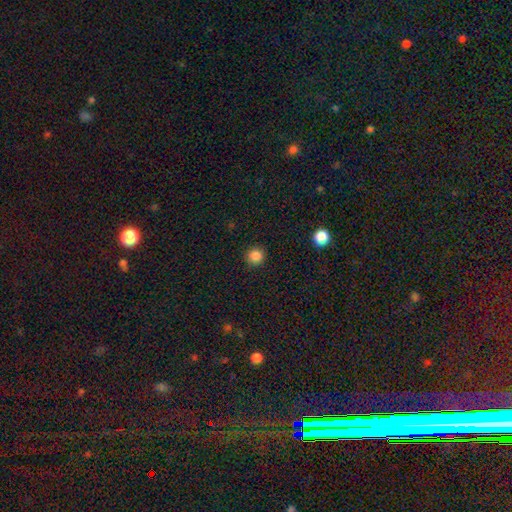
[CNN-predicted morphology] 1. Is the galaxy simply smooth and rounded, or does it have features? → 85% smooth, 11% star or artifact, 4% featured or disk.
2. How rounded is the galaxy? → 93% round, 6% in between, 1% cigar-shaped.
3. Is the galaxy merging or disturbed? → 91% none, 6% minor disturbance, 2% major disturbance, 1% merger.